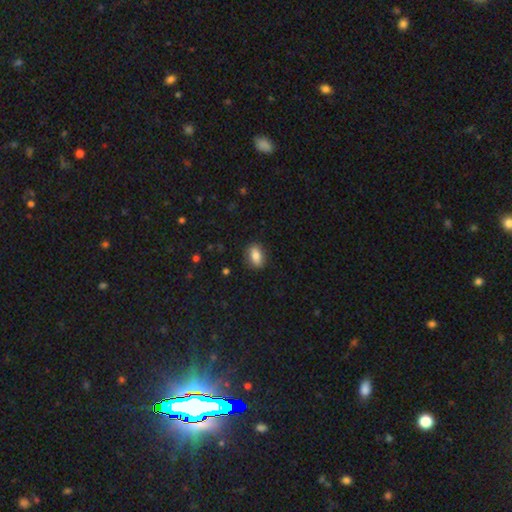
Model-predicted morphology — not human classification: Overall: smooth (80%). How rounded: in between (83%). Merging: none (84%).